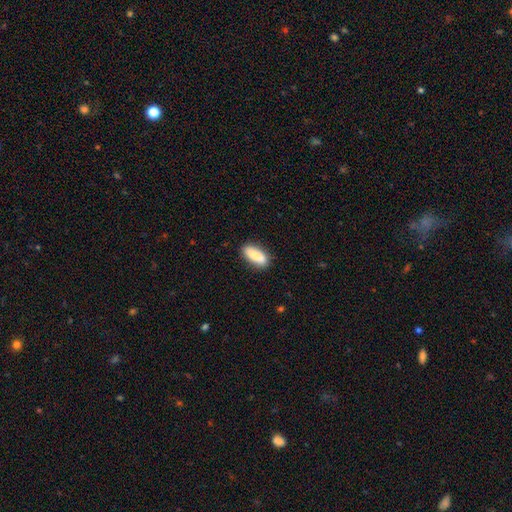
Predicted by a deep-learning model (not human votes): Overall: smooth (83%). How rounded: in between (69%; cigar-shaped 29%). Merging: none (82%).